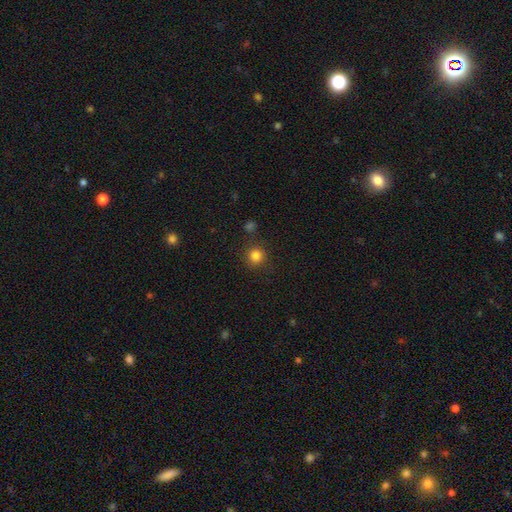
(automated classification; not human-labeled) Smooth or featured: smooth — 83% (star or artifact — 13%)
How rounded: round — 93% (in between — 6%)
Merging: none — 87% (minor disturbance — 7%)